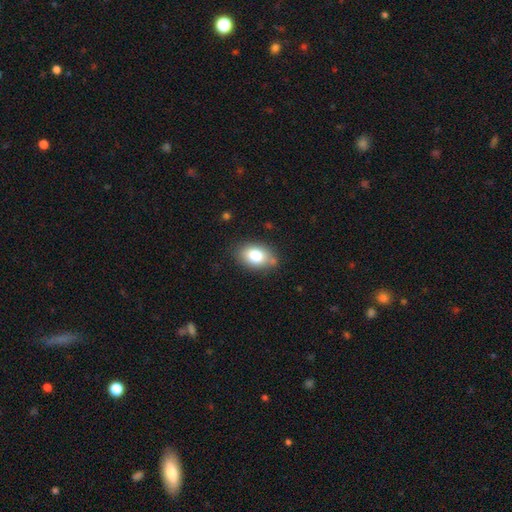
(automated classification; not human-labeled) Smooth or featured?
  - smooth: 79% *
  - featured or disk: 12%
  - star or artifact: 8%
How rounded?
  - in between: 85% *
  - round: 14%
  - cigar-shaped: 1%
Merging?
  - none: 78% *
  - minor disturbance: 16%
  - major disturbance: 3%
  - merger: 2%